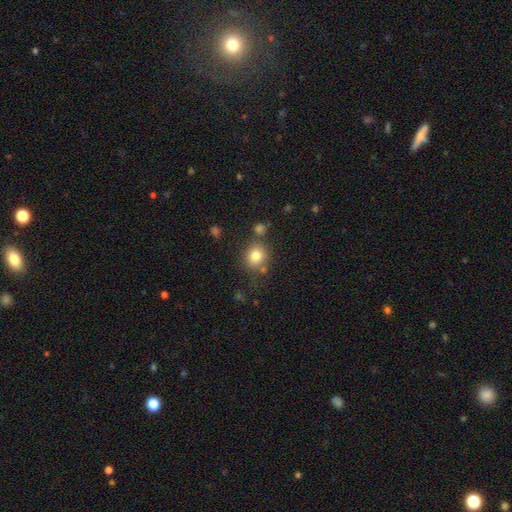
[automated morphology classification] smooth 79%, star or artifact 12%, featured or disk 9%. Down the decision tree: how rounded — round (84%); merging — none (73%).